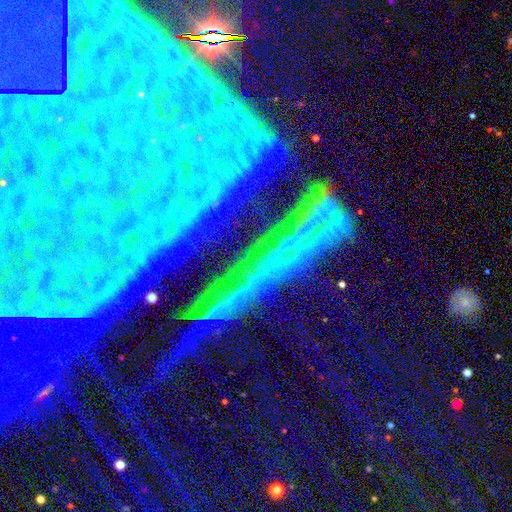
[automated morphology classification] smooth_or_featured: star or artifact (p=0.79) [alt: featured or disk p=0.12]